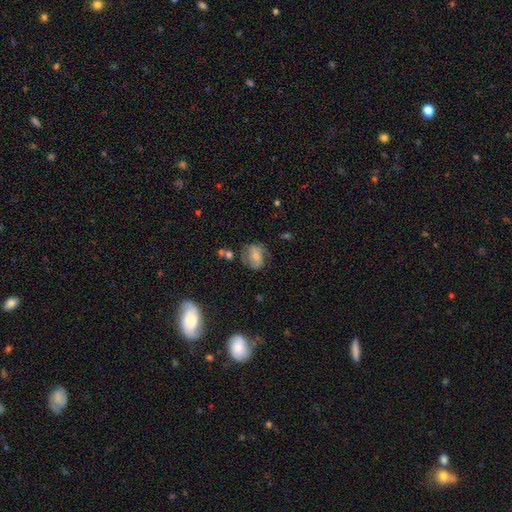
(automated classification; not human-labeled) Smooth or featured? Predicted: featured or disk (p=0.50). Edge-on disk? Predicted: no (p=0.97). Merging? Predicted: none (p=0.58).